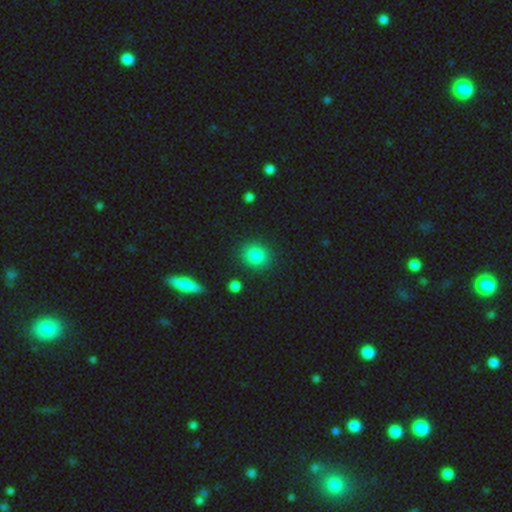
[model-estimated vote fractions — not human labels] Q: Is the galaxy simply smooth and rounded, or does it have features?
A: smooth — 84%.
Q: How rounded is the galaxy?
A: round — 76%.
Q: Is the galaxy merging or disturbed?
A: none — 88%.